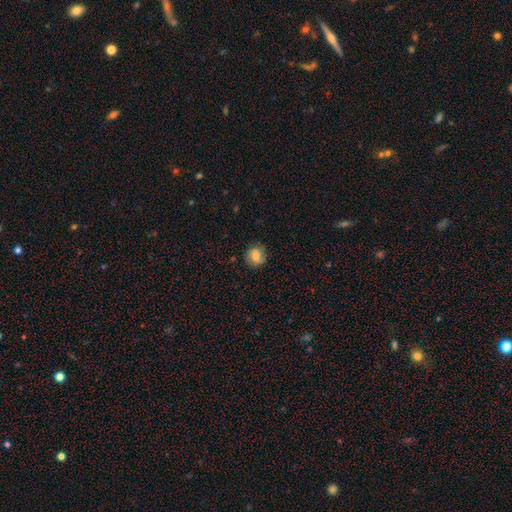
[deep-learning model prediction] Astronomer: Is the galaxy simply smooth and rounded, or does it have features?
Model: smooth — 69%.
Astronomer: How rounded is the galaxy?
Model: round — 85%.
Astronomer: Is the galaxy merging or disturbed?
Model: none — 79%.